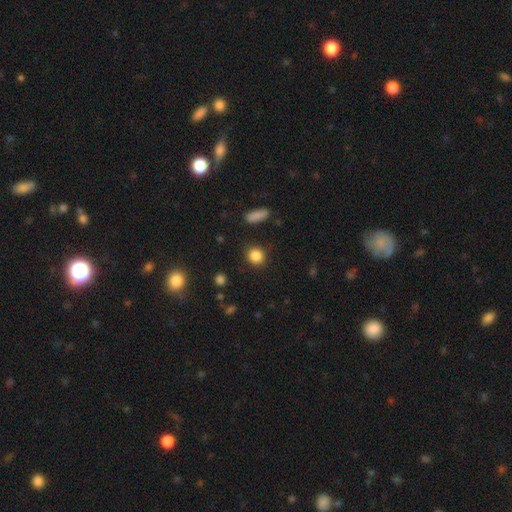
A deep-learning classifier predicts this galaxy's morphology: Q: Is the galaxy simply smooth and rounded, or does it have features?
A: smooth — 86%.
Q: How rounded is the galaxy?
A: round — 83%.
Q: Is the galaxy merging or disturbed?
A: none — 88%.